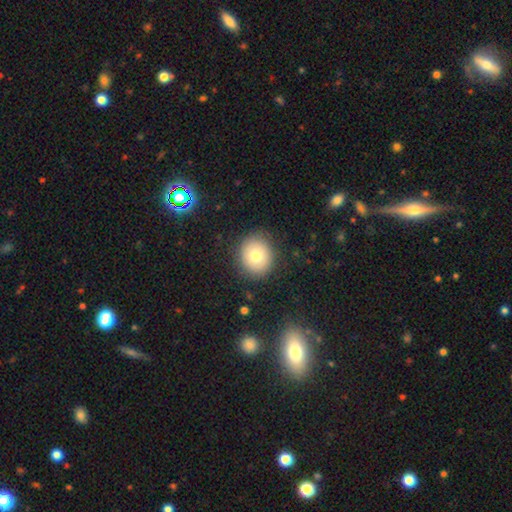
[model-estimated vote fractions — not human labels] smooth 74%, featured or disk 15%, star or artifact 11%. Down the decision tree: how rounded — round (81%); merging — none (85%).